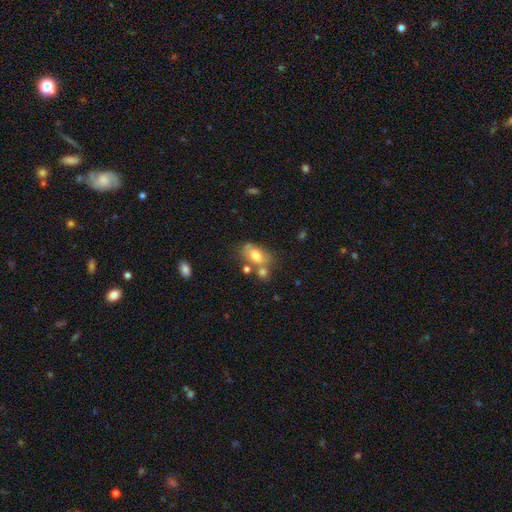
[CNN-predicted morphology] Smooth or featured?
  - smooth: 72% *
  - featured or disk: 19%
  - star or artifact: 9%
How rounded?
  - in between: 86% *
  - round: 11%
  - cigar-shaped: 3%
Merging?
  - none: 47% *
  - merger: 27%
  - minor disturbance: 19%
  - major disturbance: 8%